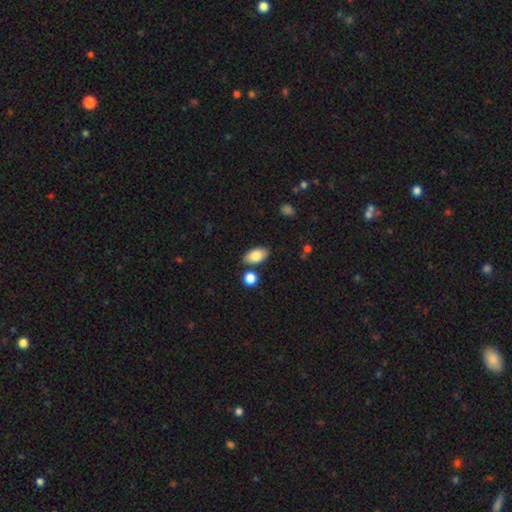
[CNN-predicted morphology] The model was most divided on "merging": none: 79%, minor disturbance: 11%, merger: 8%, major disturbance: 3%. More confident: how rounded — in between (92%); smooth or featured — smooth (84%).